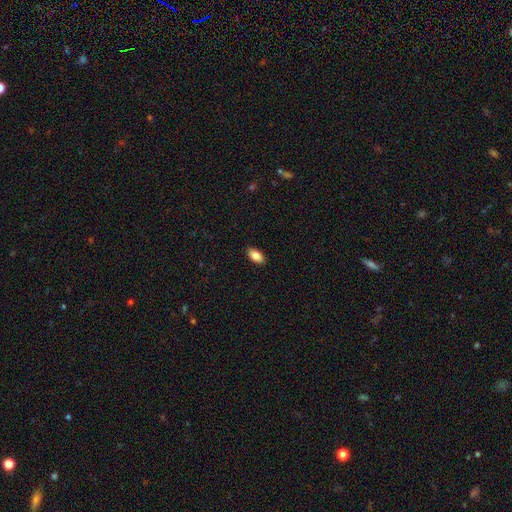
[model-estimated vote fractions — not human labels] Smooth or featured?
  - smooth: 85% *
  - featured or disk: 8%
  - star or artifact: 7%
How rounded?
  - in between: 93% *
  - round: 3%
  - cigar-shaped: 3%
Merging?
  - none: 90% *
  - minor disturbance: 8%
  - major disturbance: 2%
  - merger: 1%